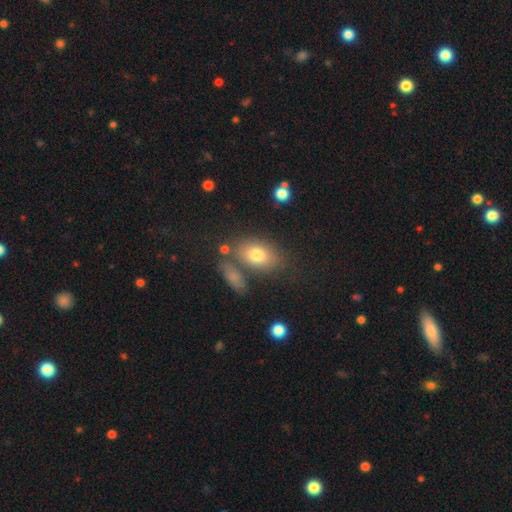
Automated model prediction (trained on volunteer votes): Morphology: type=smooth (69%); roundness=in between (77%); merging=none (63%).